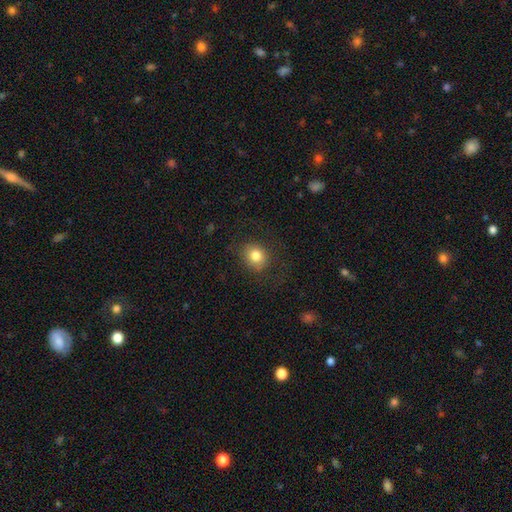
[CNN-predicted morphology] Smooth or featured? smooth (81%)
How rounded? round (76%)
Merging? none (81%)